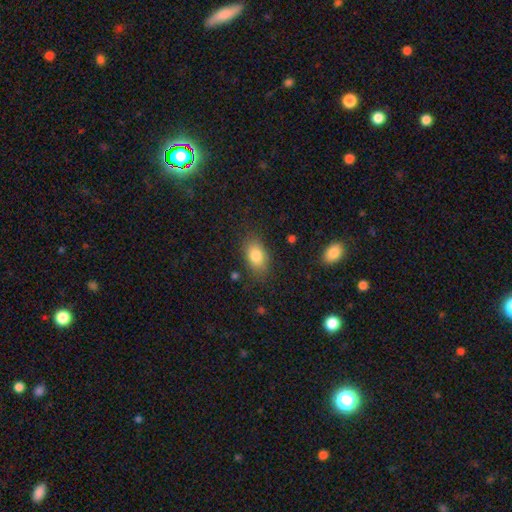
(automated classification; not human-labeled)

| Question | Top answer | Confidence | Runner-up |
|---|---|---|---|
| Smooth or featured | smooth | 83% | featured or disk (9%) |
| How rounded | in between | 88% | round (10%) |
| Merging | none | 81% | minor disturbance (14%) |